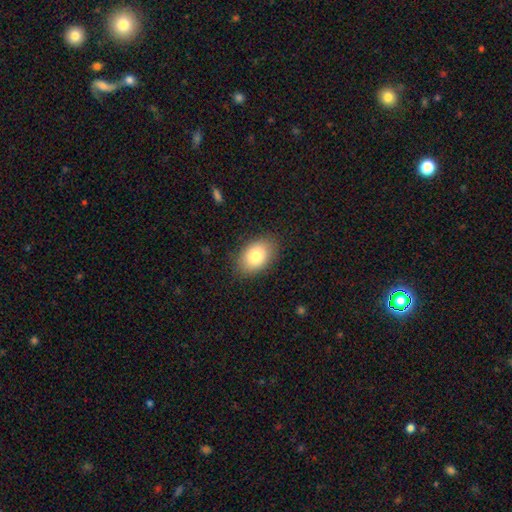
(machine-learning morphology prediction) Overall: smooth (81%). How rounded: in between (83%). Merging: none (86%).